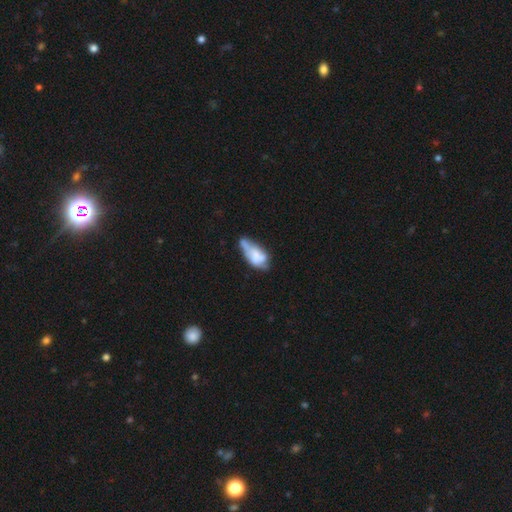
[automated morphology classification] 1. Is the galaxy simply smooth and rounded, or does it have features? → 56% smooth, 35% featured or disk, 9% star or artifact.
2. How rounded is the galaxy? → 84% in between, 12% cigar-shaped, 4% round.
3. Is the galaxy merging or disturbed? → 31% minor disturbance, 25% none, 24% major disturbance, 20% merger.